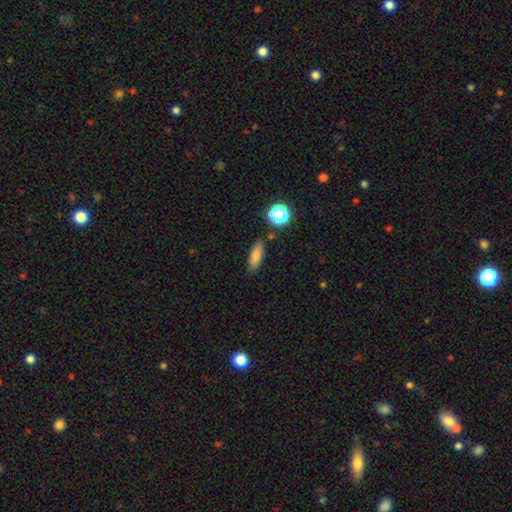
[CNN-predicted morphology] Q: Smooth or featured?
A: smooth (81%); runner-up: star or artifact (12%)
Q: How rounded?
A: in between (64%); runner-up: cigar-shaped (29%)
Q: Merging?
A: none (82%); runner-up: minor disturbance (11%)